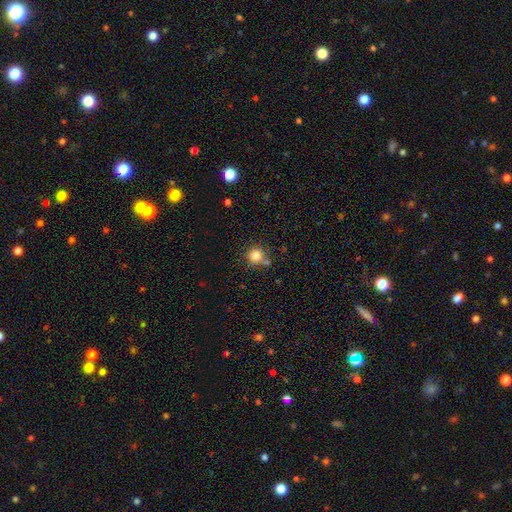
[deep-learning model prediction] Smooth or featured? Predicted: smooth (p=0.82). How rounded? Predicted: round (p=0.93). Merging? Predicted: none (p=0.73).